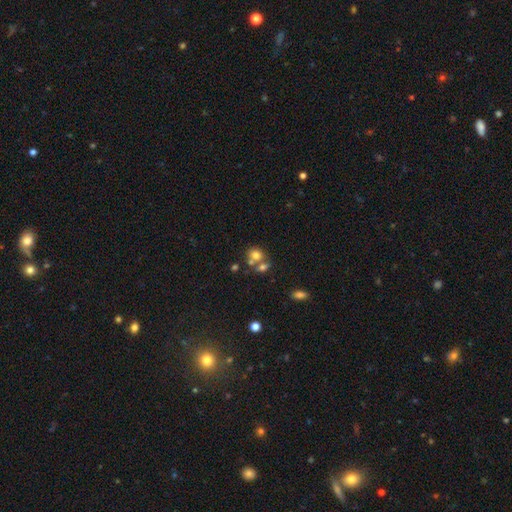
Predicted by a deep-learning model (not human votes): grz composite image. It shows a smooth galaxy with no disk features (73%) that is round (59%). Merging: merger (49%).